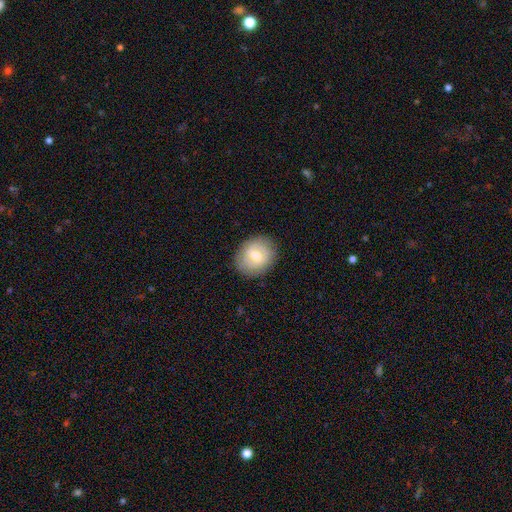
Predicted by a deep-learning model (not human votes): The model was most divided on "smooth or featured": smooth: 59%, featured or disk: 34%, star or artifact: 7%. More confident: merging — none (85%); how rounded — round (65%).